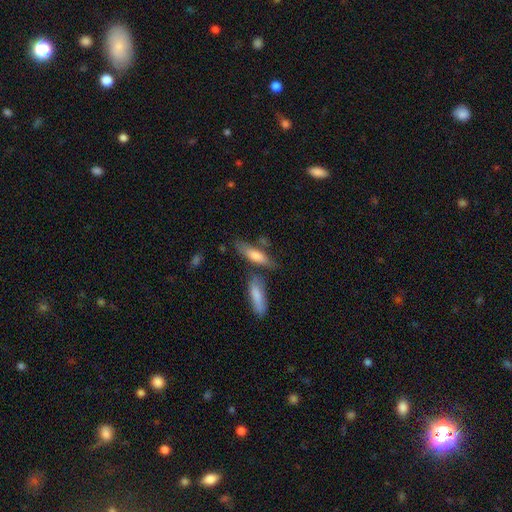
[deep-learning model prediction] Smooth or featured? Predicted: smooth (p=0.70). How rounded? Predicted: cigar-shaped (p=0.60). Merging? Predicted: none (p=0.58).